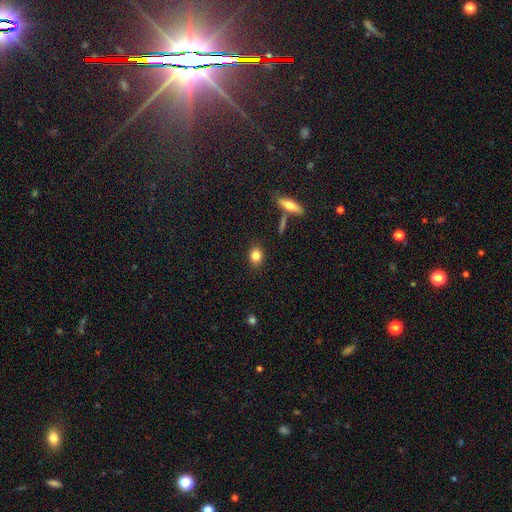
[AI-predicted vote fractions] Smooth or featured? smooth (82%)
How rounded? in between (53%)
Merging? none (85%)